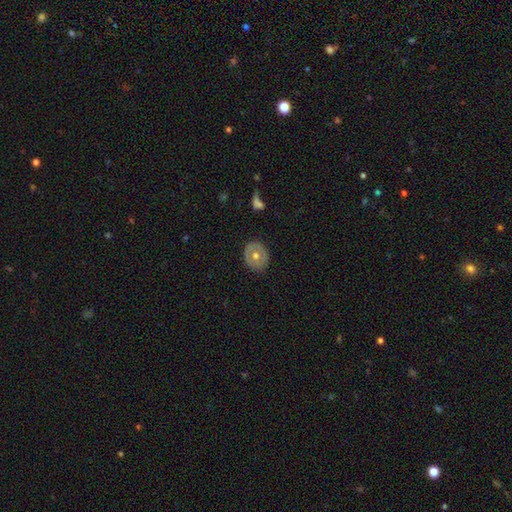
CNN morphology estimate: This appears to be a featured or disk galaxy (47%). Merging: none (85%).